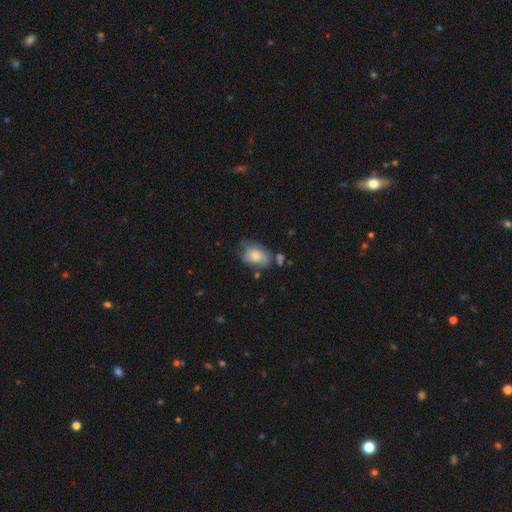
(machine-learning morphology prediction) This is likely a smooth galaxy (65%). How rounded: clearly in between (82%). Merging: possibly none (48%).